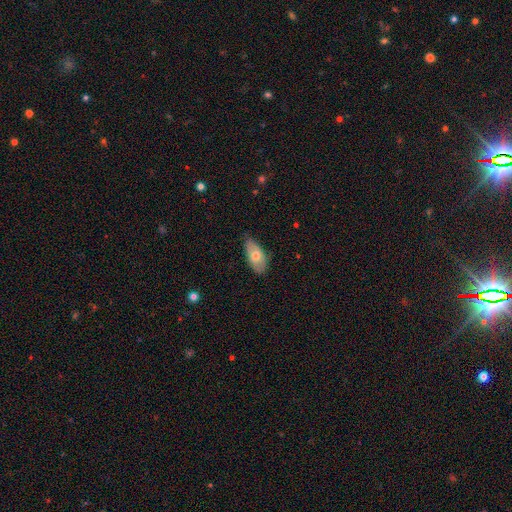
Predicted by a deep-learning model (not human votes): smooth 66%, featured or disk 28%, star or artifact 7%. Down the decision tree: how rounded — in between (91%); merging — none (72%).